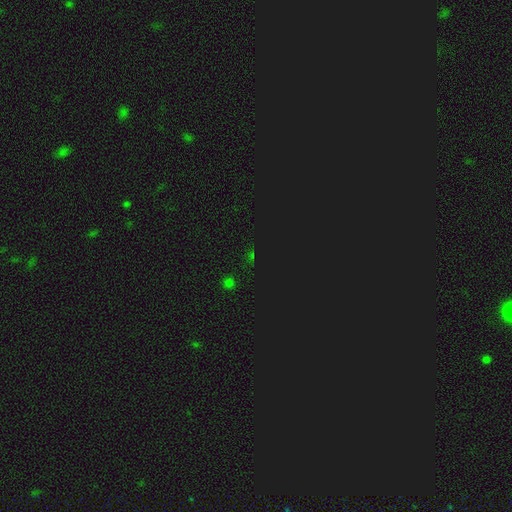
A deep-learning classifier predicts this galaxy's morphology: The model was most divided on "smooth or featured": star or artifact: 71%, smooth: 21%, featured or disk: 8%.